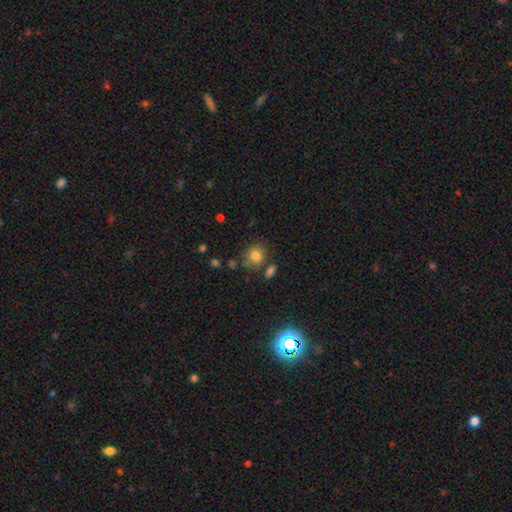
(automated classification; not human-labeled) Overall: smooth (81%). How rounded: round (71%). Merging: none (67%).